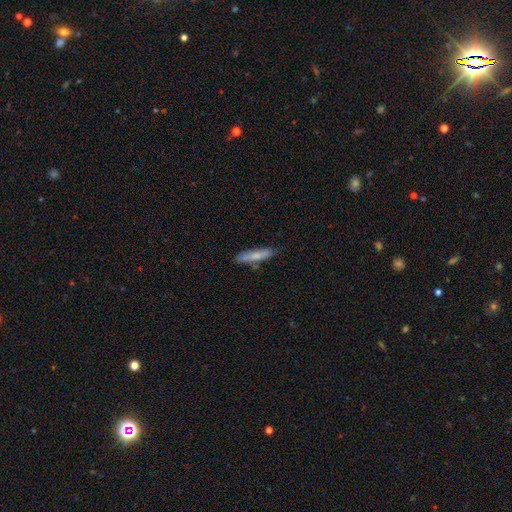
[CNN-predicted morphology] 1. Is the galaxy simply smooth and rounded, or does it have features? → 69% smooth, 25% featured or disk, 6% star or artifact.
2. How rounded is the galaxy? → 84% cigar-shaped, 14% in between, 2% round.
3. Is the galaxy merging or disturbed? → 78% none, 15% minor disturbance, 4% merger, 3% major disturbance.